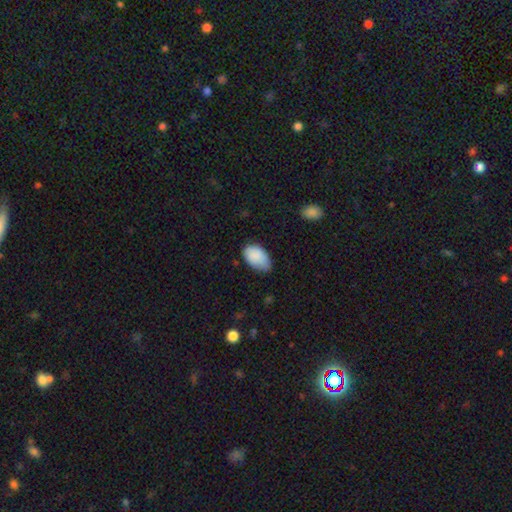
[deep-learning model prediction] Smooth or featured: smooth — 88% (star or artifact — 6%)
How rounded: in between — 94% (round — 5%)
Merging: none — 59% (minor disturbance — 34%)